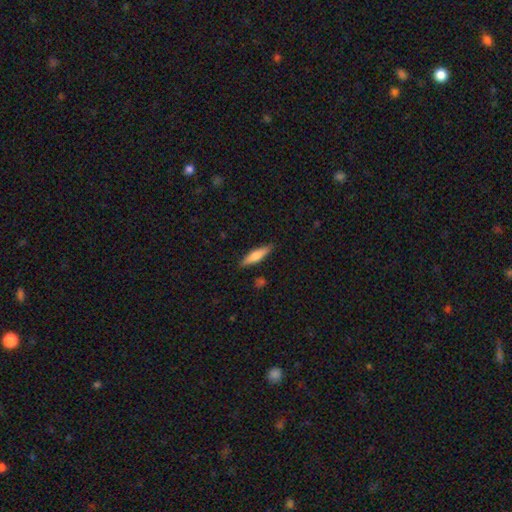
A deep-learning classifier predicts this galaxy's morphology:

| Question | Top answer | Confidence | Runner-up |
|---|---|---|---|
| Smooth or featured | smooth | 60% | featured or disk (34%) |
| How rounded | cigar-shaped | 73% | in between (25%) |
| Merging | none | 88% | minor disturbance (9%) |